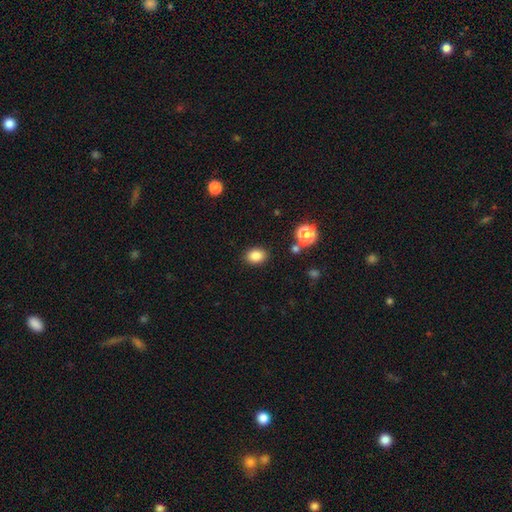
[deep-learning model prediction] A smooth galaxy with no disk features (84%) that is in between round and cigar-shaped (64%).

Vote fractions:
- Smooth or featured? smooth: 84% / star or artifact: 11% / featured or disk: 5%
- How rounded? in between: 64% / round: 35% / cigar-shaped: 1%
- Merging? none: 87% / minor disturbance: 9% / major disturbance: 3% / merger: 2%